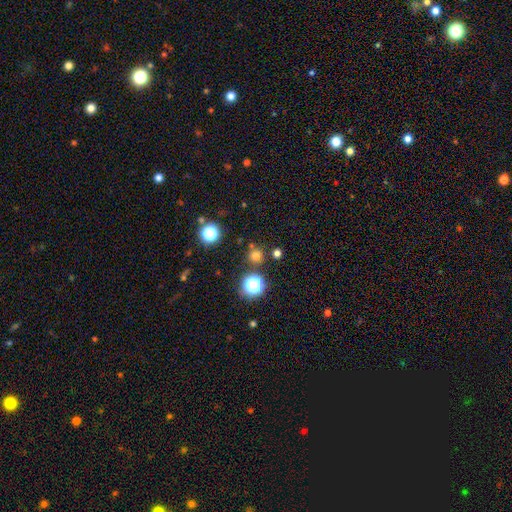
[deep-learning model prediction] This appears to be a smooth galaxy with no disk features (69%) that is round (94%). Merging: none (84%).